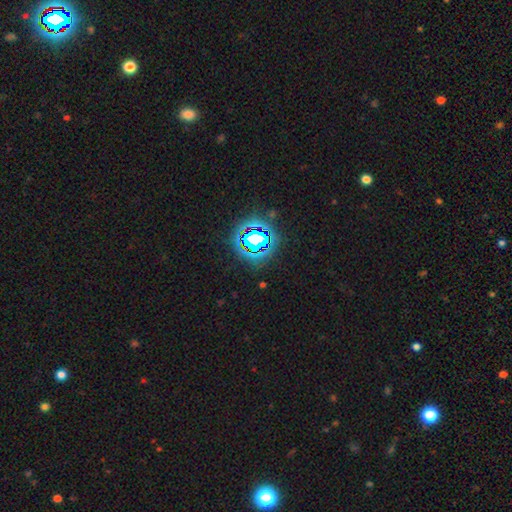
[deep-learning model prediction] Smooth or featured?
  - star or artifact: 81% *
  - smooth: 12%
  - featured or disk: 7%